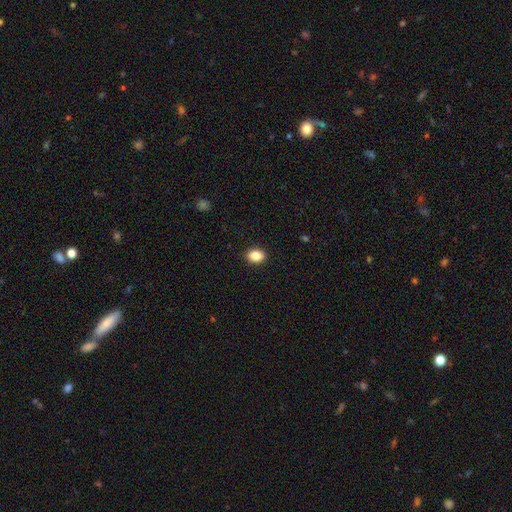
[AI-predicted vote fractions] Q: Smooth or featured?
A: smooth (87%); runner-up: star or artifact (9%)
Q: How rounded?
A: in between (67%); runner-up: round (32%)
Q: Merging?
A: none (91%); runner-up: minor disturbance (7%)